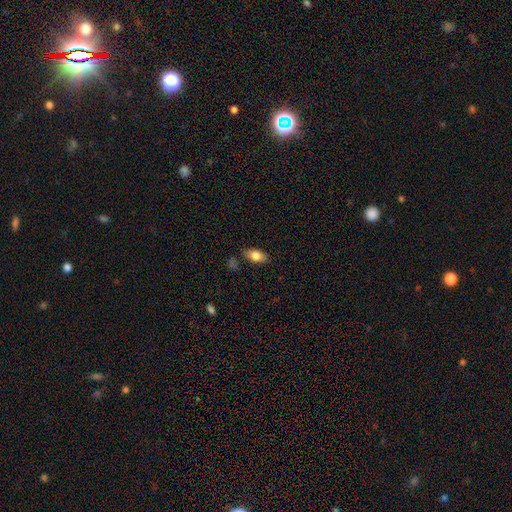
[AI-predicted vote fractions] Smooth or featured? Predicted: smooth (p=0.76). How rounded? Predicted: in between (p=0.86). Merging? Predicted: none (p=0.77).